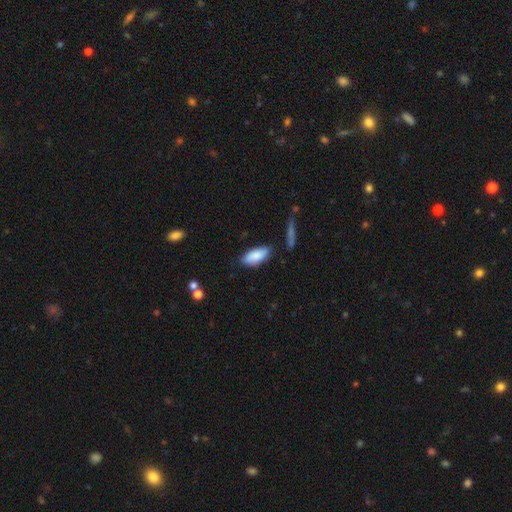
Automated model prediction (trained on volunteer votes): smooth 86%, featured or disk 8%, star or artifact 6%. Down the decision tree: how rounded — in between (87%); merging — none (76%).